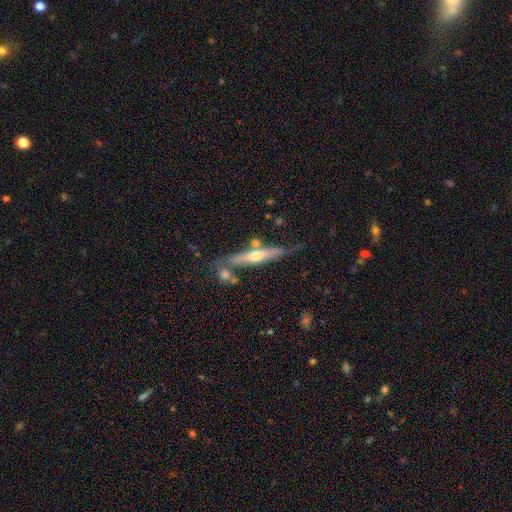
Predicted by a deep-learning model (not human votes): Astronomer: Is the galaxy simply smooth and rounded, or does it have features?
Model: featured or disk — 64%.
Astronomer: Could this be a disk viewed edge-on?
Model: yes — 91%.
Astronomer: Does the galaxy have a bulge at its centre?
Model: rounded — 84%.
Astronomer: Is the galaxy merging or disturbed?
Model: none — 66%.